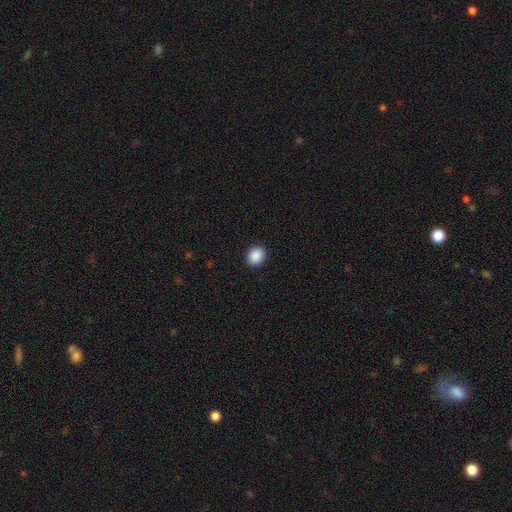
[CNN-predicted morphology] Q: Smooth or featured?
A: smooth (90%); runner-up: star or artifact (8%)
Q: How rounded?
A: round (63%); runner-up: in between (36%)
Q: Merging?
A: none (91%); runner-up: minor disturbance (6%)